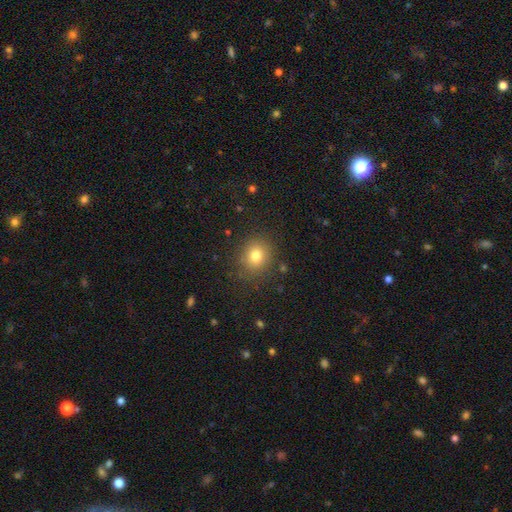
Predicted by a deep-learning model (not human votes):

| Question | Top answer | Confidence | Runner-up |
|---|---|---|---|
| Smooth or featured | smooth | 78% | star or artifact (14%) |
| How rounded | round | 77% | in between (22%) |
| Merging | none | 86% | minor disturbance (9%) |